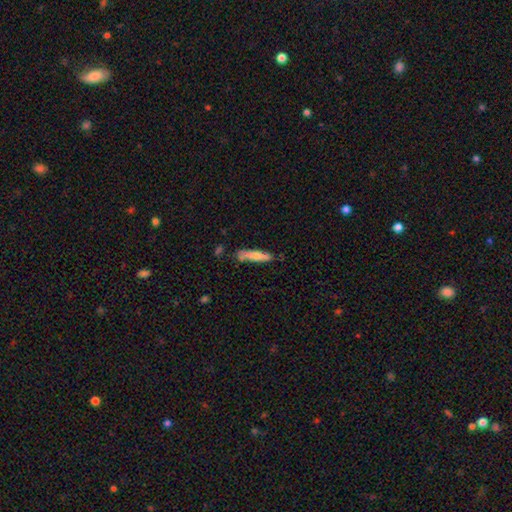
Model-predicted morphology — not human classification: smooth-or-featured: smooth: 66% | featured or disk: 28% | star or artifact: 6%
  how-rounded: cigar-shaped: 85% | in between: 13% | round: 2%
  merging: none: 70% | minor disturbance: 20% | merger: 5% | major disturbance: 4%